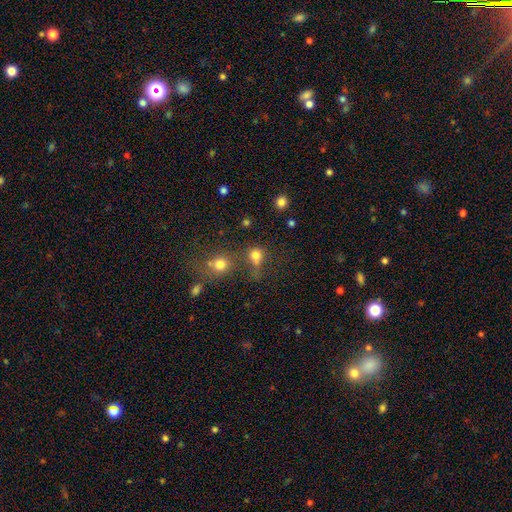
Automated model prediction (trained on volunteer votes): Smooth or featured? Predicted: smooth (p=0.75). How rounded? Predicted: round (p=0.71). Merging? Predicted: none (p=0.44).